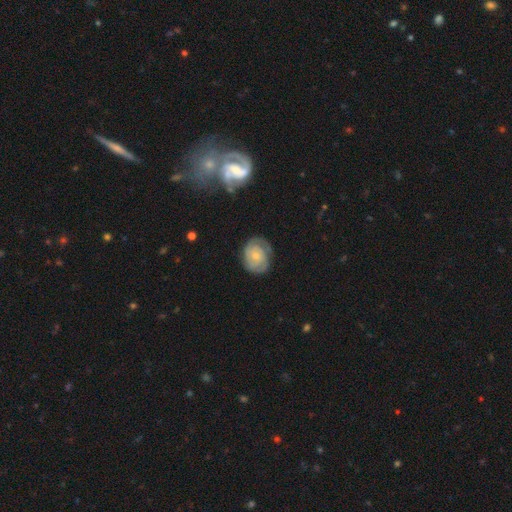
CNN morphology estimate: Overall: featured or disk (68%). Edge-on disk: no (98%). Bar: no (79%). Spiral arms: yes (90%). Spiral arm count: 2 (42%; can't tell 31%). Spiral winding: tight (65%; medium 26%). Bulge size: small (72%). Merging: none (69%).